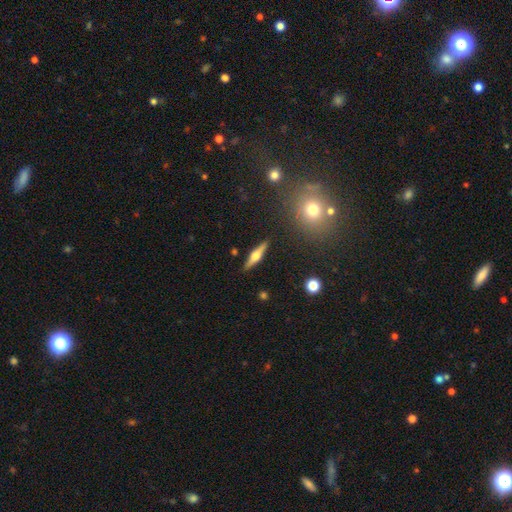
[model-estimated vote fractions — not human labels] Smooth or featured?
  - featured or disk: 66% *
  - smooth: 28%
  - star or artifact: 6%
Edge-on disk?
  - yes: 97% *
  - no: 3%
Edge-on bulge?
  - rounded: 91% *
  - boxy: 6%
  - none: 2%
Merging?
  - none: 89% *
  - minor disturbance: 8%
  - major disturbance: 2%
  - merger: 2%